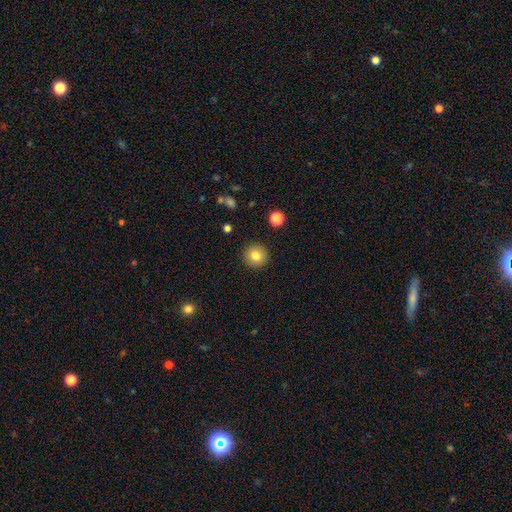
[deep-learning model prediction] A smooth galaxy with no disk features (82%) that is round (94%). Merging: none (91%).